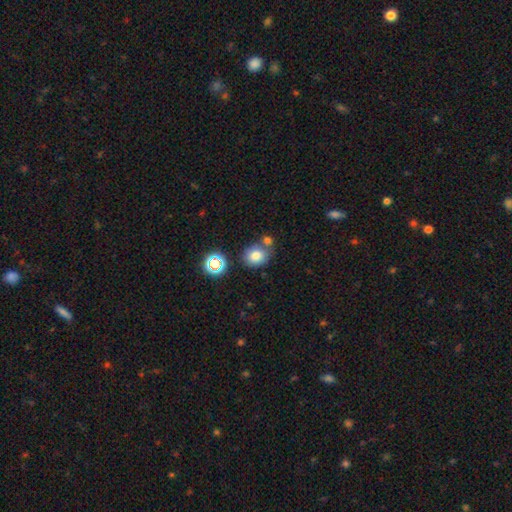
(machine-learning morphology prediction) Smooth or featured? smooth (76%)
How rounded? round (67%)
Merging? none (61%)